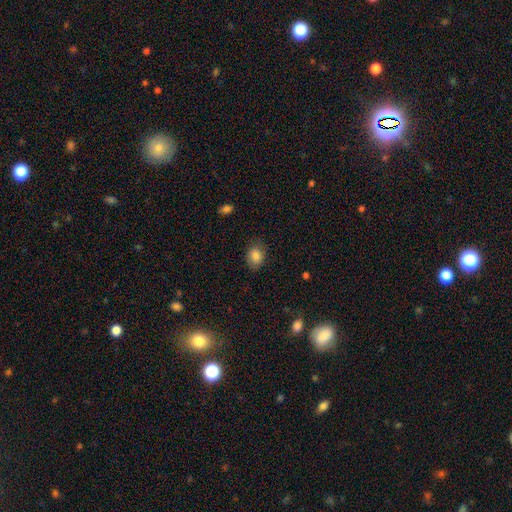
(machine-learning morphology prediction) Overall: smooth (84%). How rounded: in between (65%; round 34%). Merging: none (76%).